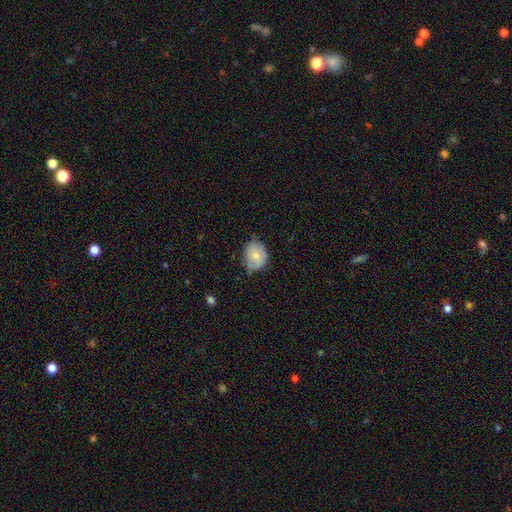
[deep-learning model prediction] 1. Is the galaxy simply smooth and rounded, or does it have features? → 71% smooth, 22% featured or disk, 7% star or artifact.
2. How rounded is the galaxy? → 54% in between, 45% round, 1% cigar-shaped.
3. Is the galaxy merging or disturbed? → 57% none, 34% minor disturbance, 7% major disturbance, 2% merger.